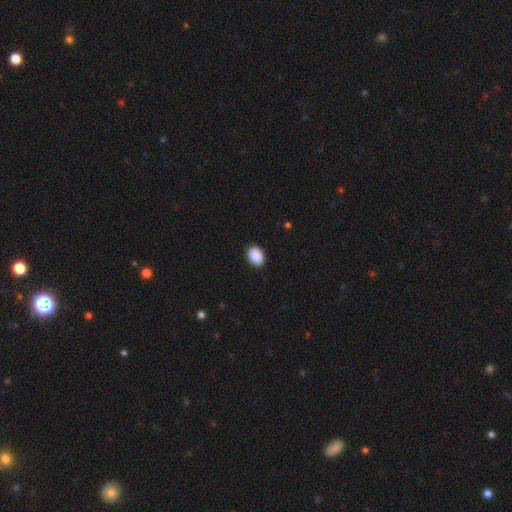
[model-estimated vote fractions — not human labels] smooth 91%, star or artifact 7%, featured or disk 2%. Down the decision tree: how rounded — in between (77%); merging — none (90%).